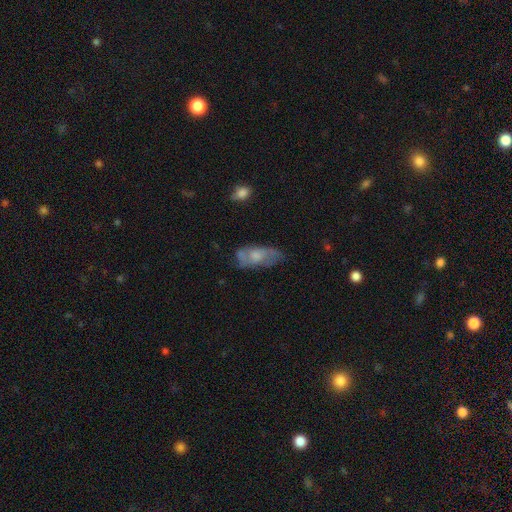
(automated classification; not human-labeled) Overall: featured or disk (47%; smooth 45%). Merging: none (55%; minor disturbance 28%).